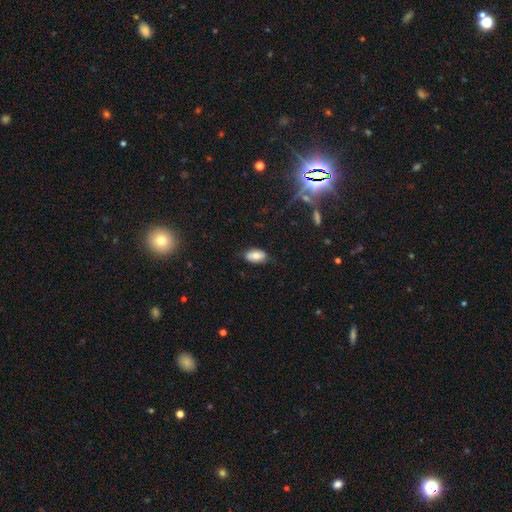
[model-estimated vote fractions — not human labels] A smooth galaxy with no disk features (80%) that is in between round and cigar-shaped (93%).

Vote fractions:
- Smooth or featured? smooth: 80% / featured or disk: 12% / star or artifact: 8%
- How rounded? in between: 93% / round: 4% / cigar-shaped: 3%
- Merging? none: 76% / minor disturbance: 18% / major disturbance: 4% / merger: 1%